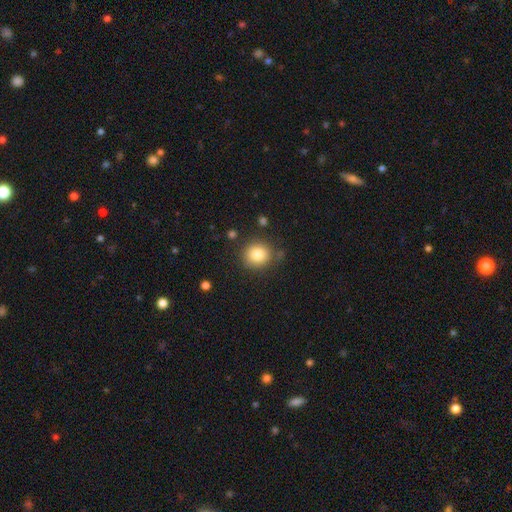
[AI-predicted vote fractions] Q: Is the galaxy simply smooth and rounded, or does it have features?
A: smooth — 83%.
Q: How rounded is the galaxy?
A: round — 90%.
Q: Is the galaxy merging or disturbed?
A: none — 82%.